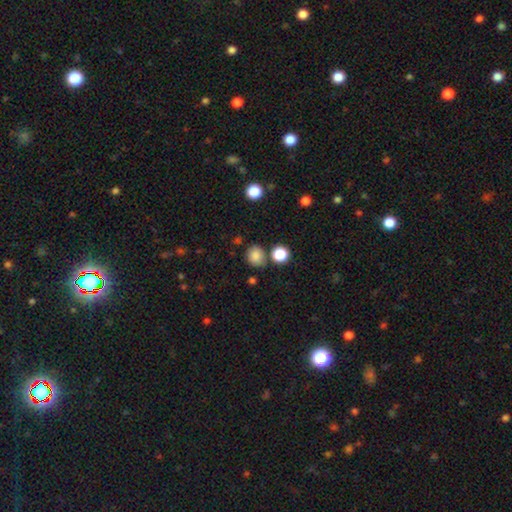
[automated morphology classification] smooth 83%, star or artifact 12%, featured or disk 5%. Down the decision tree: how rounded — round (75%); merging — none (74%).